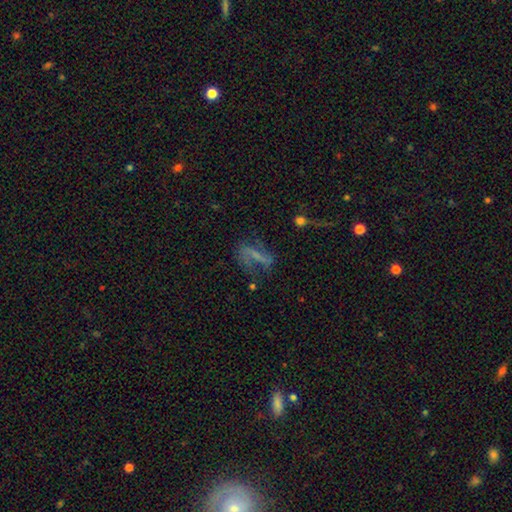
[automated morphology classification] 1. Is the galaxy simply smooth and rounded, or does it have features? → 54% featured or disk, 30% smooth, 17% star or artifact.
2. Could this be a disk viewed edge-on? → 90% no, 10% yes.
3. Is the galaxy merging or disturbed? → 44% none, 29% major disturbance, 20% minor disturbance, 7% merger.